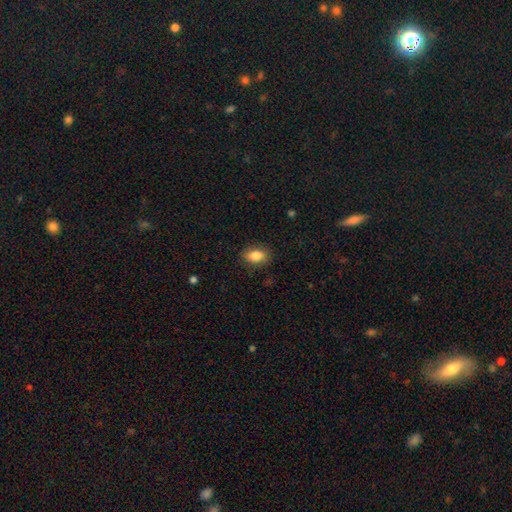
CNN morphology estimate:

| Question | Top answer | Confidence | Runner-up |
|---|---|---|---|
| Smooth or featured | smooth | 85% | star or artifact (8%) |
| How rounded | in between | 84% | round (14%) |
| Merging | none | 85% | minor disturbance (11%) |